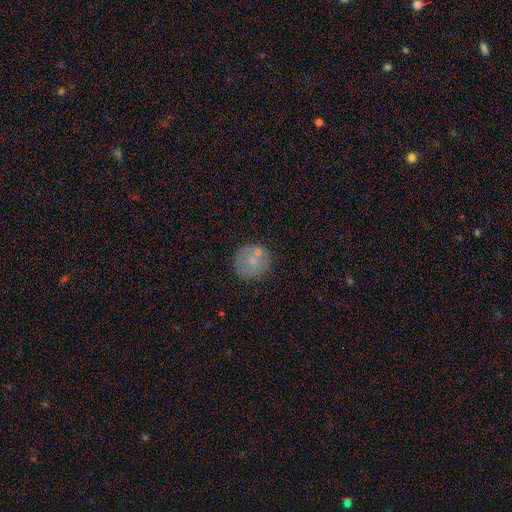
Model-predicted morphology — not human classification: Overall: smooth (66%). How rounded: round (93%). Merging: none (74%).